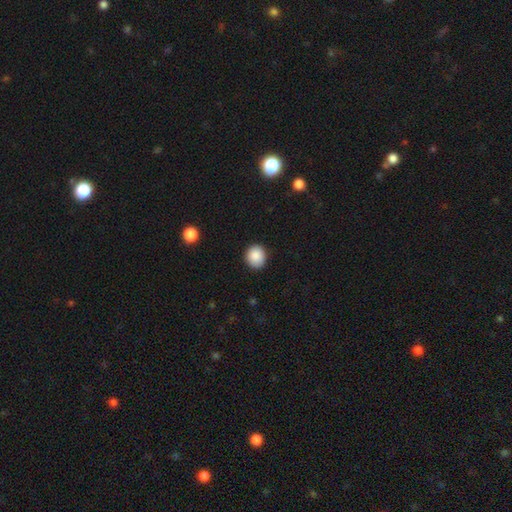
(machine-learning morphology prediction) The model was most divided on "how rounded": round: 80%, in between: 19%, cigar-shaped: 1%. More confident: merging — none (90%); smooth or featured — smooth (88%).